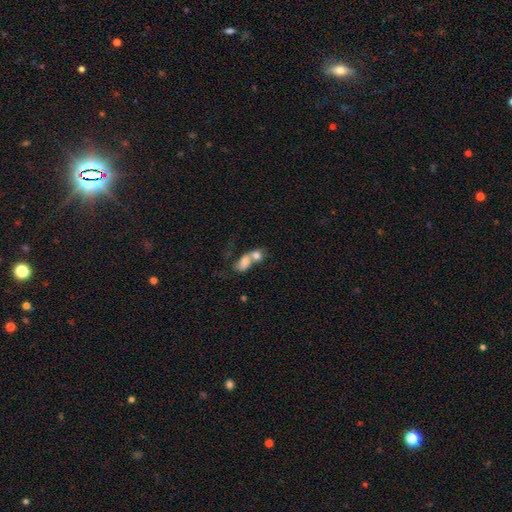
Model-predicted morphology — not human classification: smooth-or-featured: smooth: 72% | featured or disk: 18% | star or artifact: 10%
  how-rounded: in between: 61% | round: 35% | cigar-shaped: 4%
  merging: merger: 74% | none: 13% | major disturbance: 7% | minor disturbance: 5%